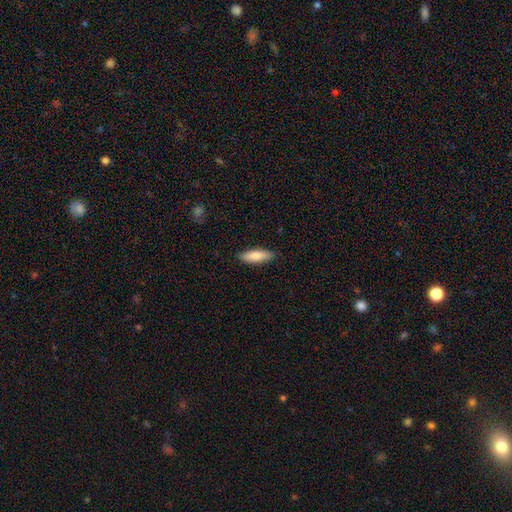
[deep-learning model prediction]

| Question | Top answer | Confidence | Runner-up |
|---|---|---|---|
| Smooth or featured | smooth | 81% | featured or disk (14%) |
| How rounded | in between | 51% | cigar-shaped (48%) |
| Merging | none | 87% | minor disturbance (10%) |